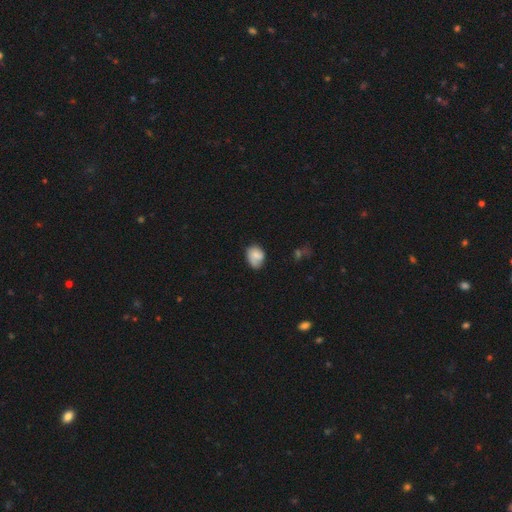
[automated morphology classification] This is likely a smooth galaxy (73%). How rounded: likely in between (63%). Merging: possibly none (53%).